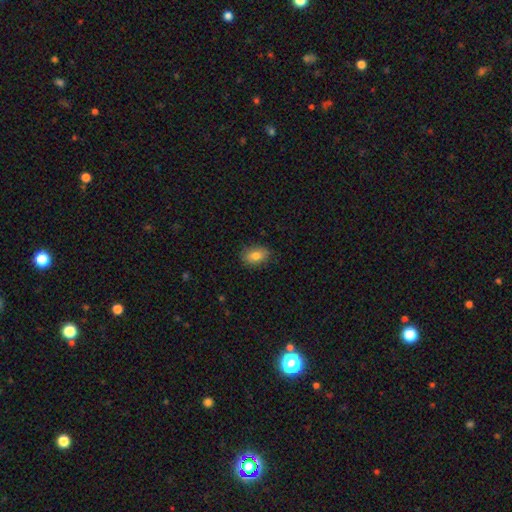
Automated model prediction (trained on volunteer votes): Overall: smooth (81%). How rounded: in between (84%). Merging: none (85%).